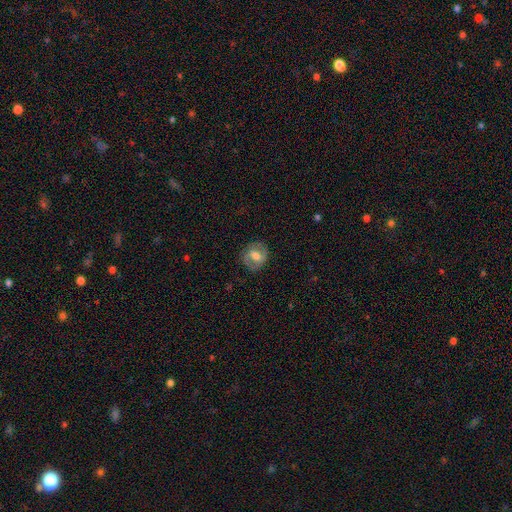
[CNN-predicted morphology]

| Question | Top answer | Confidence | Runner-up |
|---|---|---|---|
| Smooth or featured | featured or disk | 53% | smooth (40%) |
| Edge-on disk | no | 95% | yes (5%) |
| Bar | weak | 44% | no (29%) |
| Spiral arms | yes | 58% | no (42%) |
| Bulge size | moderate | 58% | large (23%) |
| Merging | none | 80% | minor disturbance (13%) |